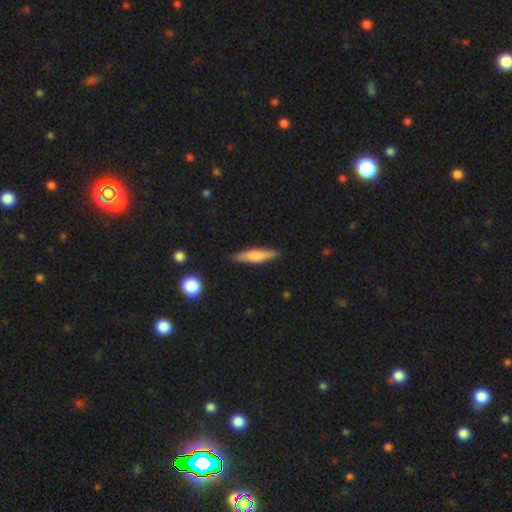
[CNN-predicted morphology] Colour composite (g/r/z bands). It shows a smooth galaxy with no disk features (61%) that is cigar-shaped (81%). Merging: none (87%).